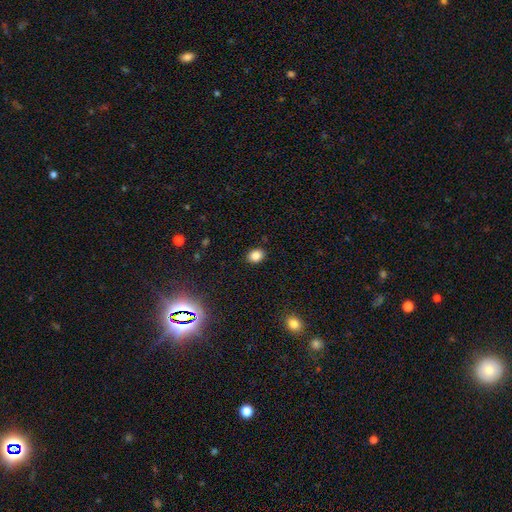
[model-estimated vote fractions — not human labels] This is clearly a smooth galaxy (85%). How rounded: possibly in between (54%). Merging: clearly none (89%).